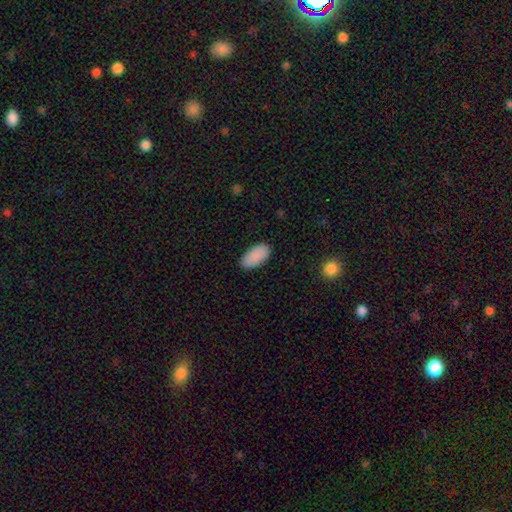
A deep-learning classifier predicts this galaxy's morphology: Q: Smooth or featured?
A: smooth (90%); runner-up: star or artifact (6%)
Q: How rounded?
A: in between (93%); runner-up: cigar-shaped (5%)
Q: Merging?
A: none (86%); runner-up: minor disturbance (11%)